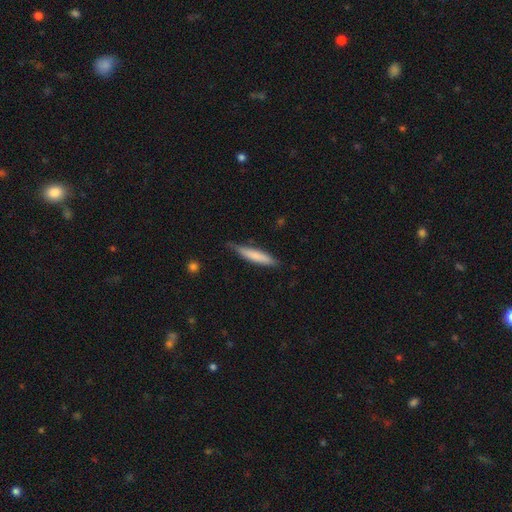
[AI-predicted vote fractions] The model was most divided on "merging": none: 75%, minor disturbance: 21%, major disturbance: 3%, merger: 2%. More confident: how rounded — cigar-shaped (87%); smooth or featured — smooth (75%).